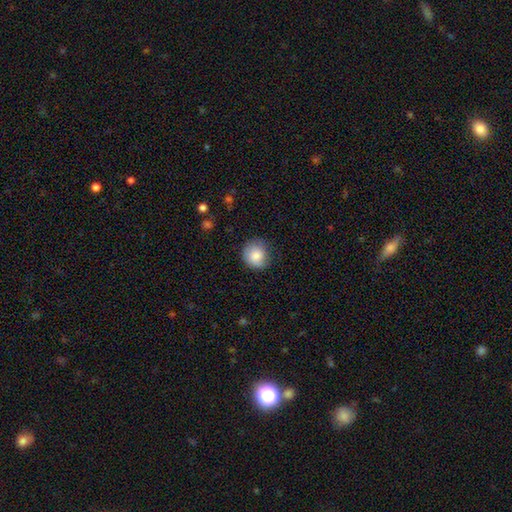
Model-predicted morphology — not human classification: A smooth galaxy with no disk features (84%) that is round (85%).

Vote fractions:
- Smooth or featured? smooth: 84% / featured or disk: 9% / star or artifact: 7%
- How rounded? round: 85% / in between: 14% / cigar-shaped: 1%
- Merging? none: 76% / minor disturbance: 19% / major disturbance: 4% / merger: 1%